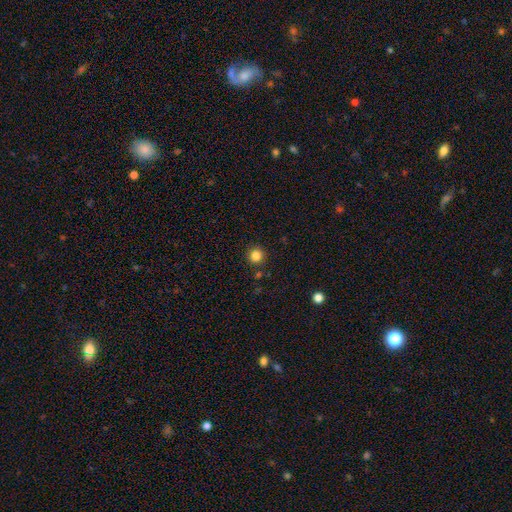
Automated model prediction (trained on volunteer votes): A smooth galaxy with no disk features (84%) that is round (94%). Merging: none (89%).